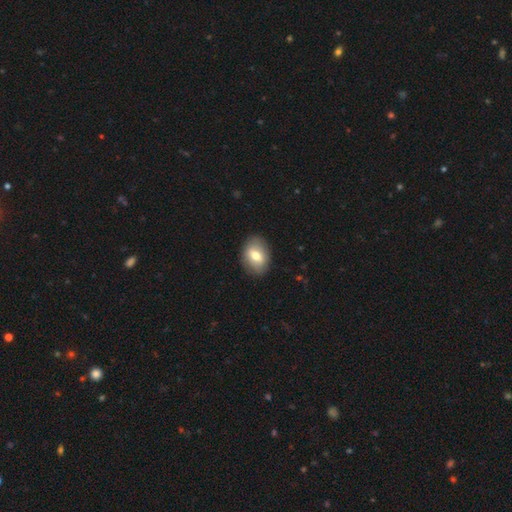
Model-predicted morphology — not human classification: Overall: smooth (66%; featured or disk 27%). How rounded: in between (76%). Merging: none (87%).